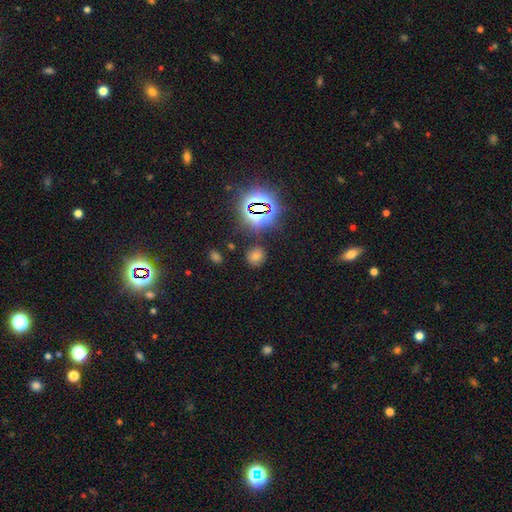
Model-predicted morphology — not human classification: smooth-or-featured: smooth: 56% | star or artifact: 36% | featured or disk: 8%
  how-rounded: round: 83% | in between: 16% | cigar-shaped: 1%
  merging: none: 84% | minor disturbance: 9% | major disturbance: 3% | merger: 3%